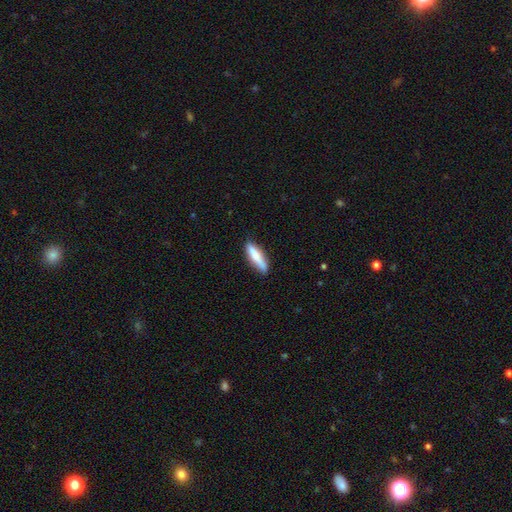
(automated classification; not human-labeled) smooth-or-featured: smooth: 75% | featured or disk: 20% | star or artifact: 6%
  how-rounded: cigar-shaped: 76% | in between: 22% | round: 2%
  merging: none: 82% | minor disturbance: 14% | major disturbance: 2% | merger: 1%